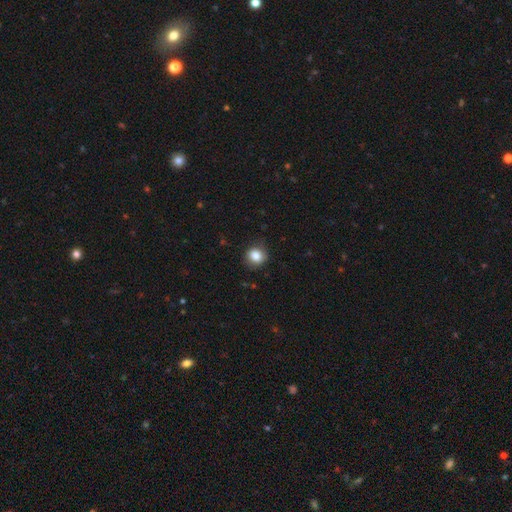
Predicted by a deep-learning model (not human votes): Q: Smooth or featured?
A: smooth (84%); runner-up: star or artifact (10%)
Q: How rounded?
A: round (76%); runner-up: in between (23%)
Q: Merging?
A: none (81%); runner-up: minor disturbance (14%)